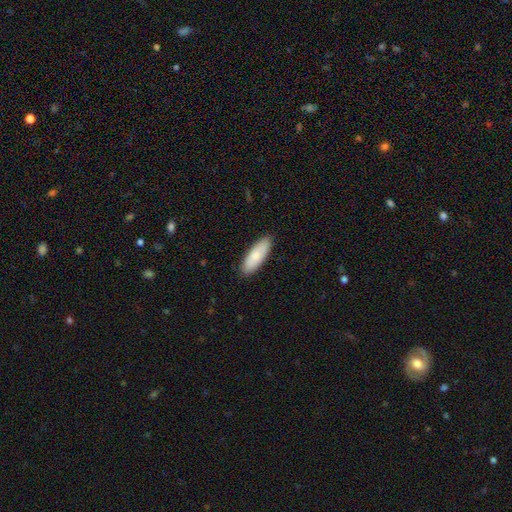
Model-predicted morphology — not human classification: Smooth or featured?
  - smooth: 81% *
  - featured or disk: 13%
  - star or artifact: 5%
How rounded?
  - in between: 66% *
  - cigar-shaped: 33%
  - round: 2%
Merging?
  - none: 88% *
  - minor disturbance: 9%
  - major disturbance: 2%
  - merger: 1%